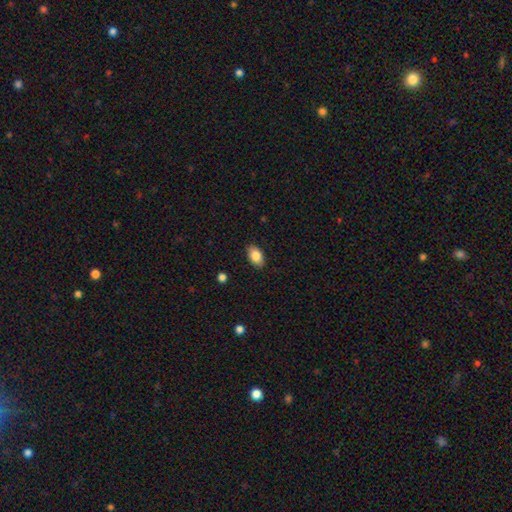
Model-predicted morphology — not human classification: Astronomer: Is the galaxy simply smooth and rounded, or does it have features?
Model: smooth — 85%.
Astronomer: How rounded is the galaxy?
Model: in between — 91%.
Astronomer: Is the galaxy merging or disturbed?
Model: none — 88%.